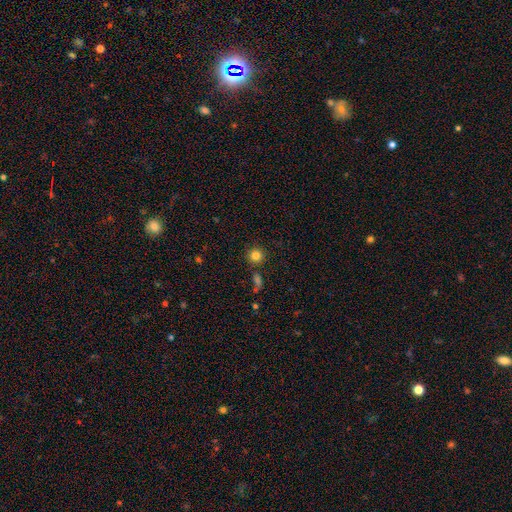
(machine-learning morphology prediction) This is clearly a smooth galaxy (82%). How rounded: clearly round (94%). Merging: clearly none (86%).